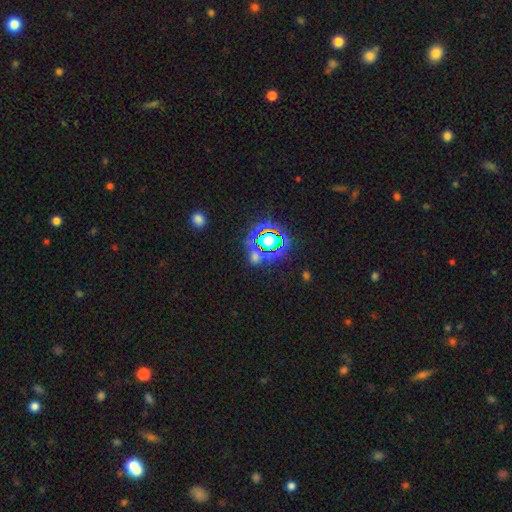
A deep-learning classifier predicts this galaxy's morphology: Overall: star or artifact (61%; smooth 28%).